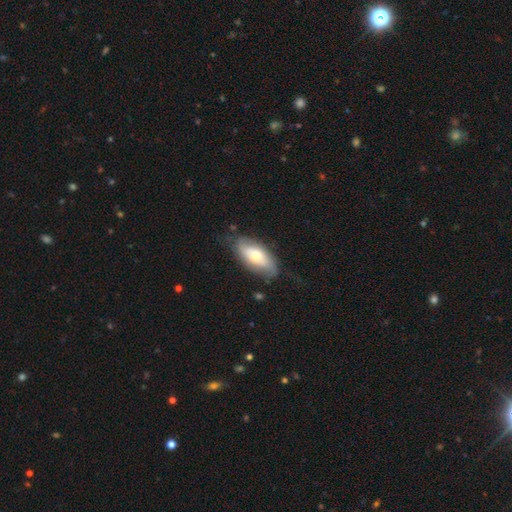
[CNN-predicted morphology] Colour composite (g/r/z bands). It shows a smooth galaxy with no disk features (53%) that is in between round and cigar-shaped (89%). Merging: none (69%).